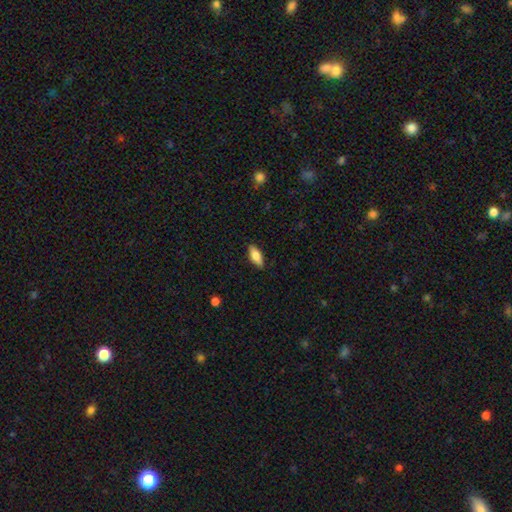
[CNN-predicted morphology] Q: Smooth or featured?
A: smooth (72%); runner-up: featured or disk (22%)
Q: How rounded?
A: in between (75%); runner-up: cigar-shaped (23%)
Q: Merging?
A: none (87%); runner-up: minor disturbance (10%)